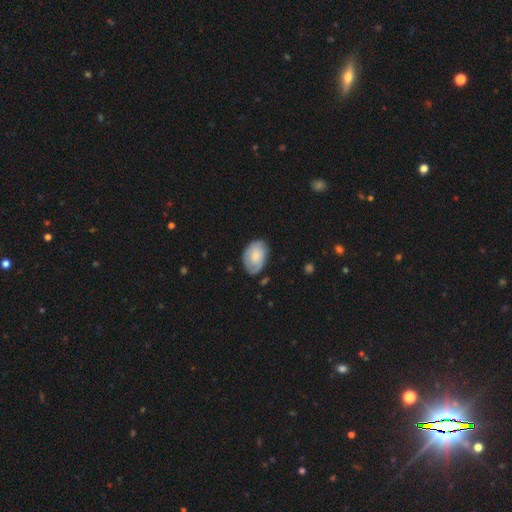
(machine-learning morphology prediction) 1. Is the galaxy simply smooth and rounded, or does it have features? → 65% smooth, 29% featured or disk, 6% star or artifact.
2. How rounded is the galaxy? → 85% in between, 14% round, 1% cigar-shaped.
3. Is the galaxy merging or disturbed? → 70% none, 23% minor disturbance, 5% major disturbance, 2% merger.